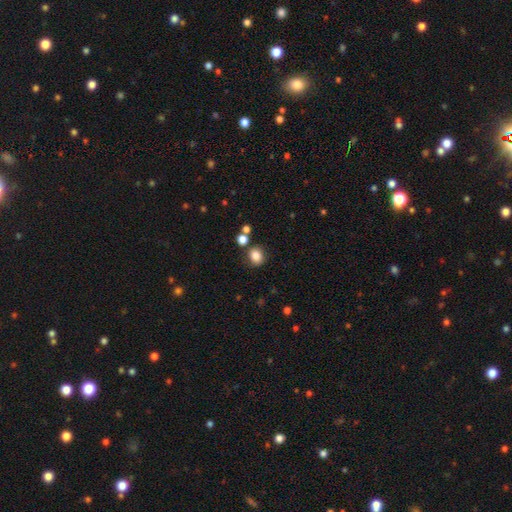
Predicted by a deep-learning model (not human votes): This is clearly a smooth galaxy (82%). How rounded: likely round (63%). Merging: likely none (76%).